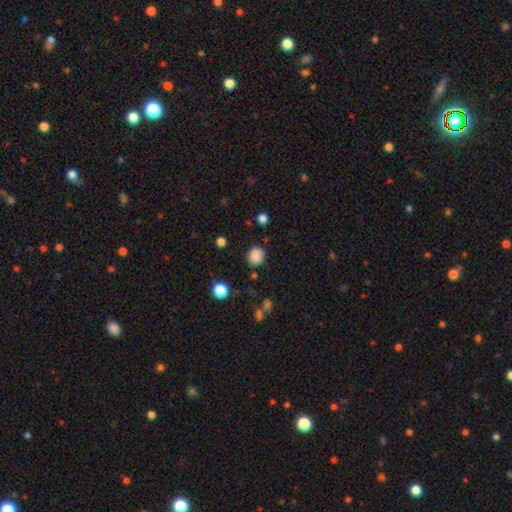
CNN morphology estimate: Q: Smooth or featured?
A: smooth (85%); runner-up: star or artifact (11%)
Q: How rounded?
A: round (81%); runner-up: in between (18%)
Q: Merging?
A: none (83%); runner-up: minor disturbance (11%)